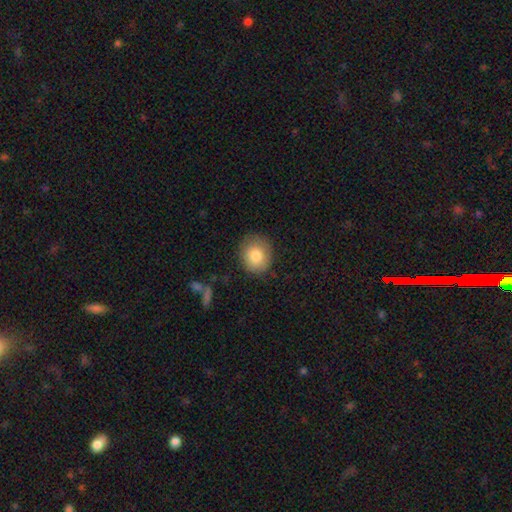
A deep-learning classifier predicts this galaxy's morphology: Q: Smooth or featured?
A: smooth (83%); runner-up: featured or disk (9%)
Q: How rounded?
A: round (78%); runner-up: in between (21%)
Q: Merging?
A: none (83%); runner-up: minor disturbance (12%)